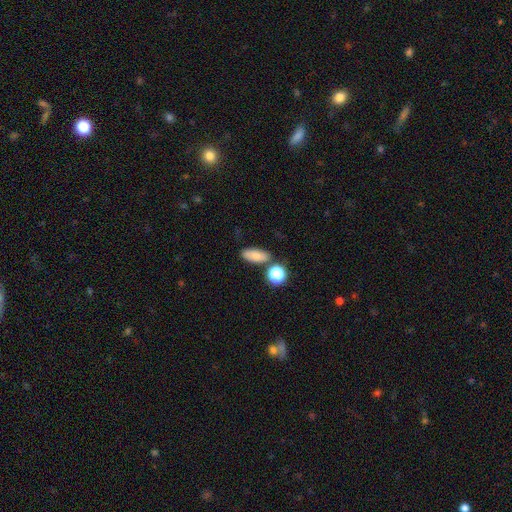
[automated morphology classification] A smooth galaxy with no disk features (79%) that is in between round and cigar-shaped (76%). Merging: none (75%).